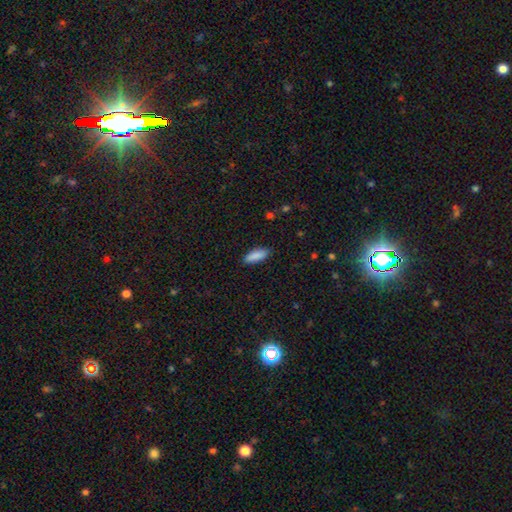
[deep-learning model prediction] This appears to be a smooth galaxy with no disk features (89%) that is in between round and cigar-shaped (64%). Merging: none (87%).